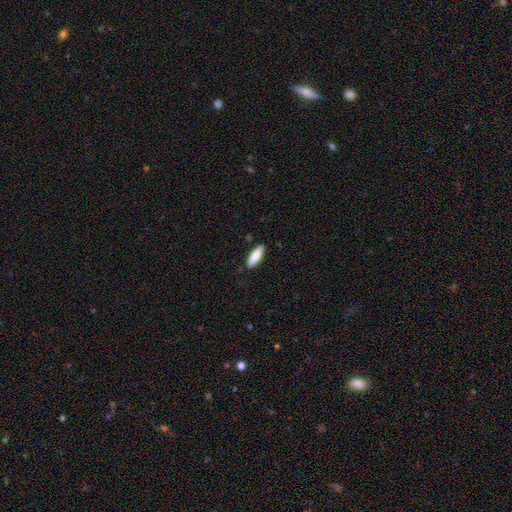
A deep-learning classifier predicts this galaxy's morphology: A smooth galaxy with no disk features (82%) that is in between round and cigar-shaped (57%). Merging: none (87%).